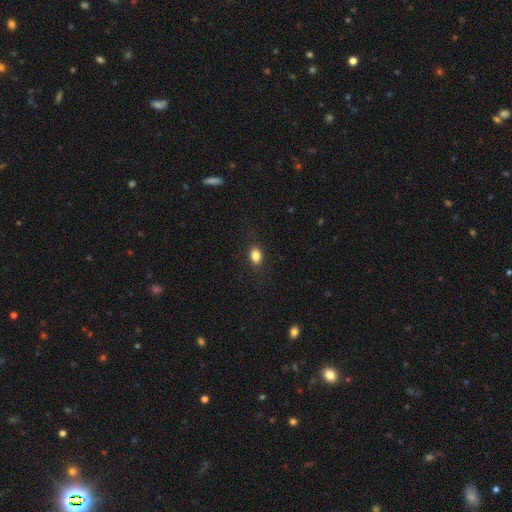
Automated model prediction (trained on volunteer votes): Smooth or featured?
  - smooth: 84% *
  - star or artifact: 10%
  - featured or disk: 6%
How rounded?
  - in between: 74% *
  - round: 24%
  - cigar-shaped: 2%
Merging?
  - none: 87% *
  - minor disturbance: 9%
  - major disturbance: 3%
  - merger: 1%